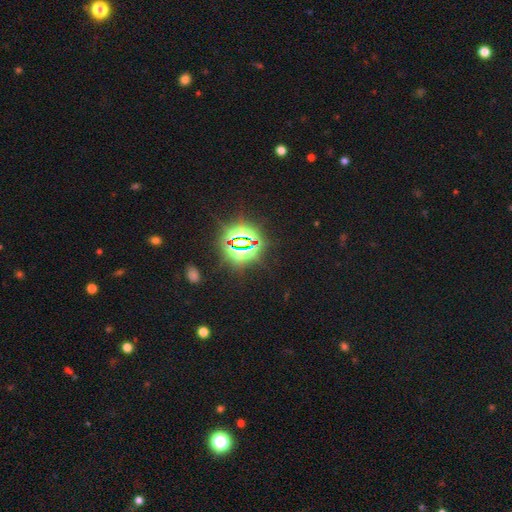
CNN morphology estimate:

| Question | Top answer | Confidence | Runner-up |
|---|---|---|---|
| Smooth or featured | star or artifact | 82% | smooth (11%) |